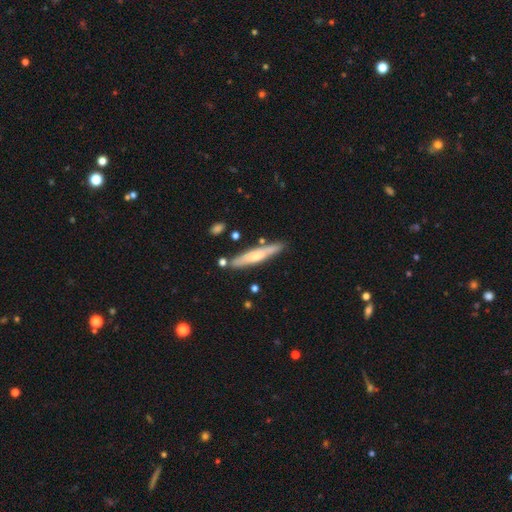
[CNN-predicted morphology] smooth_or_featured: smooth (p=0.52) [alt: featured or disk p=0.43]
how_rounded: cigar-shaped (p=0.90) [alt: in between p=0.09]
merging: none (p=0.79) [alt: minor disturbance p=0.13]